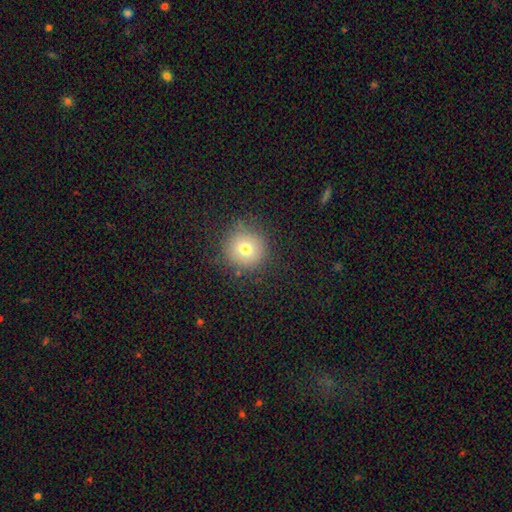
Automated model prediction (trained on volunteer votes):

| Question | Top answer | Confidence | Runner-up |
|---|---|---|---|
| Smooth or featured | smooth | 68% | star or artifact (22%) |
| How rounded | round | 95% | in between (4%) |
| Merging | none | 90% | minor disturbance (6%) |